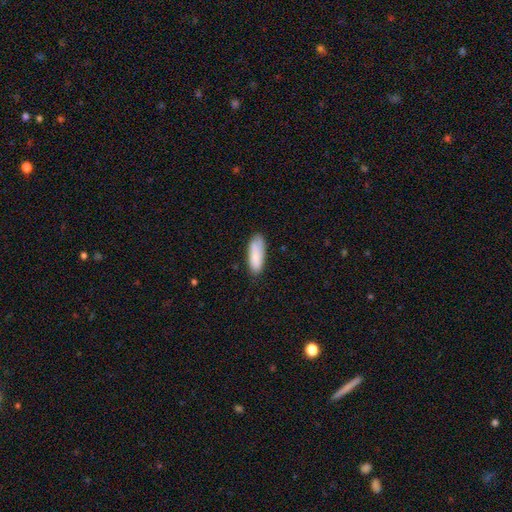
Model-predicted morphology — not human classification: Smooth or featured: smooth — 82% (featured or disk — 12%)
How rounded: in between — 68% (cigar-shaped — 30%)
Merging: none — 73% (minor disturbance — 21%)